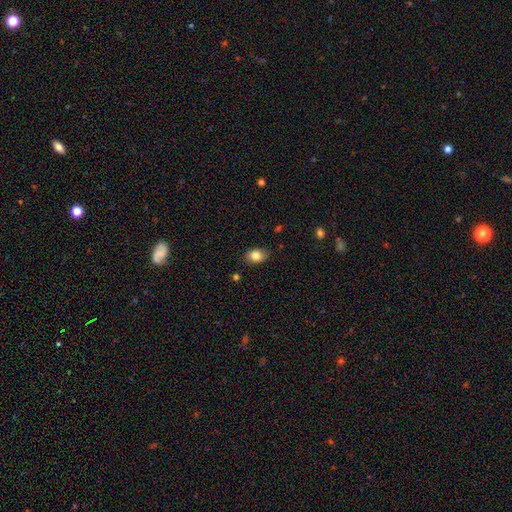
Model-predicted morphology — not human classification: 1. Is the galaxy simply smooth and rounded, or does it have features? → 84% smooth, 9% star or artifact, 7% featured or disk.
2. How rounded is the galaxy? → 76% in between, 22% round, 1% cigar-shaped.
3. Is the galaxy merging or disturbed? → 84% none, 12% minor disturbance, 3% major disturbance, 1% merger.